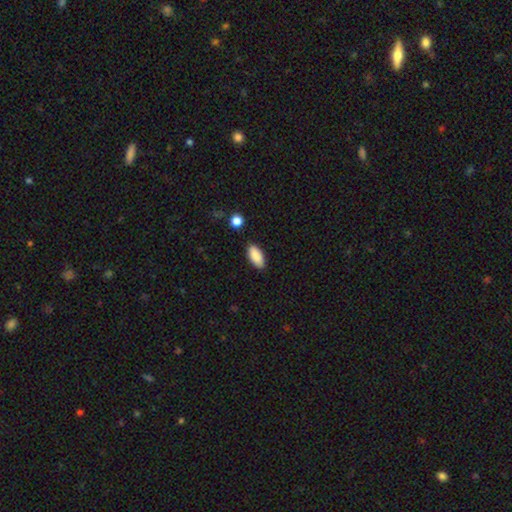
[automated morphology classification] smooth 88%, star or artifact 7%, featured or disk 6%. Down the decision tree: how rounded — in between (88%); merging — none (86%).